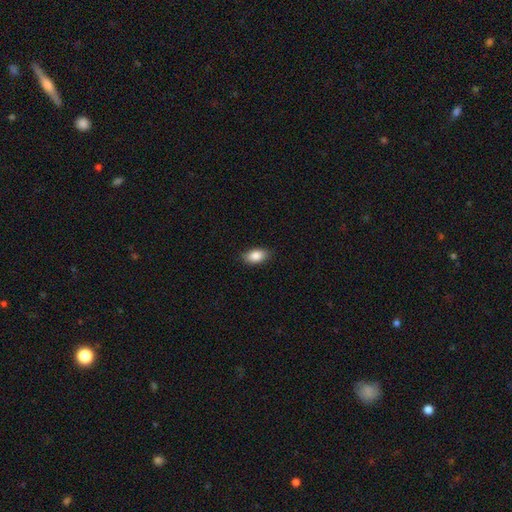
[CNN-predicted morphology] The model was most divided on "merging": none: 87%, minor disturbance: 10%, major disturbance: 2%, merger: 1%. More confident: how rounded — in between (90%); smooth or featured — smooth (87%).